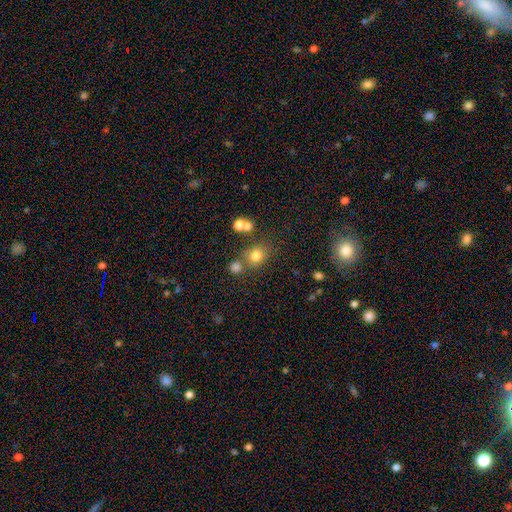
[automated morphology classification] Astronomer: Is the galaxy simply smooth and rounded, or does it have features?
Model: smooth — 75%.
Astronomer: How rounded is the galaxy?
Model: round — 76%.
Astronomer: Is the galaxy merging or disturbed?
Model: none — 65%.